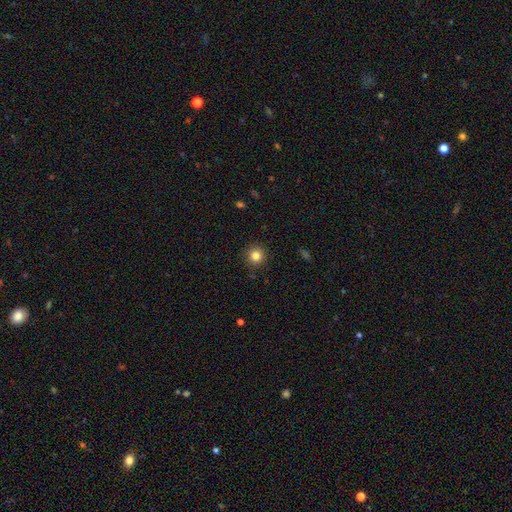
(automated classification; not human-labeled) smooth_or_featured: smooth (p=0.82) [alt: star or artifact p=0.12]
how_rounded: round (p=0.95) [alt: in between p=0.04]
merging: none (p=0.91) [alt: minor disturbance p=0.06]